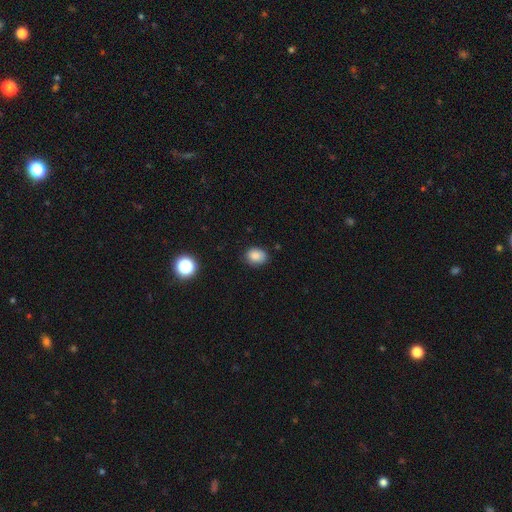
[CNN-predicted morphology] A smooth galaxy with no disk features (85%) that is in between round and cigar-shaped (62%).

Vote fractions:
- Smooth or featured? smooth: 85% / star or artifact: 11% / featured or disk: 5%
- How rounded? in between: 62% / round: 37% / cigar-shaped: 1%
- Merging? none: 81% / minor disturbance: 15% / major disturbance: 3% / merger: 1%